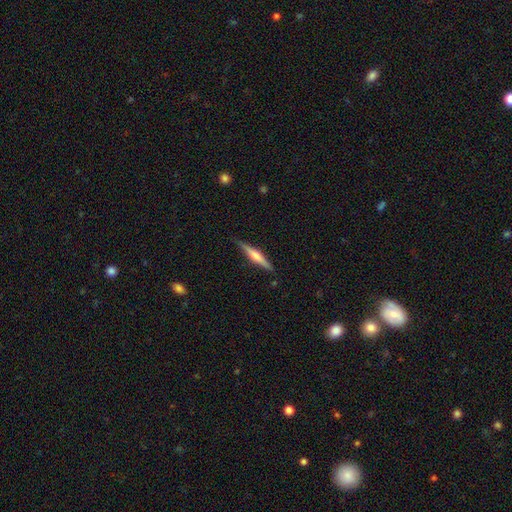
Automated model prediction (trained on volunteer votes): smooth-or-featured: featured or disk: 63% | smooth: 31% | star or artifact: 6%
  disk-edge-on: yes: 97% | no: 3%
    edge-on-bulge: rounded: 78% | boxy: 13% | none: 8%
  merging: none: 88% | minor disturbance: 9% | major disturbance: 2% | merger: 1%